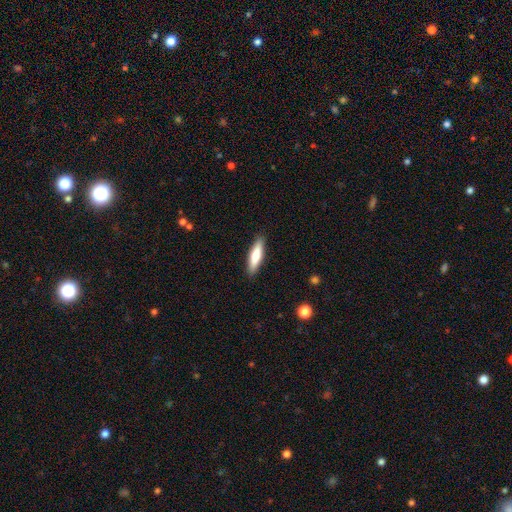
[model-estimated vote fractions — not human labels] smooth_or_featured: smooth (p=0.71) [alt: featured or disk p=0.23]
how_rounded: cigar-shaped (p=0.70) [alt: in between p=0.29]
merging: none (p=0.89) [alt: minor disturbance p=0.08]